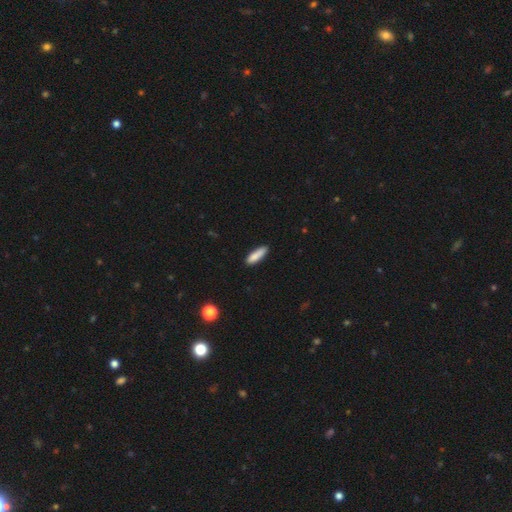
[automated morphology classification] smooth 86%, featured or disk 8%, star or artifact 6%. Down the decision tree: how rounded — cigar-shaped (62%); merging — none (84%).